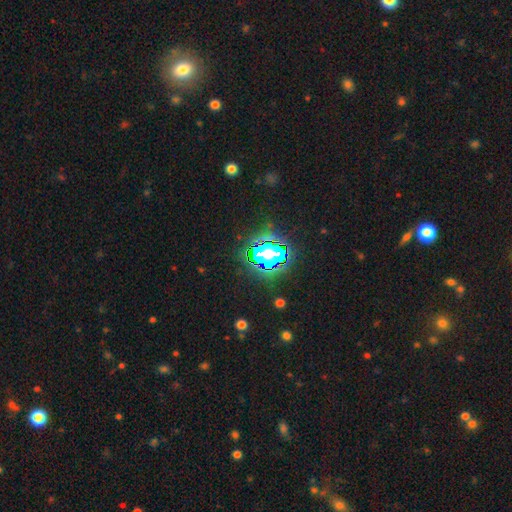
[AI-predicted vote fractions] This is likely a star or artifact rather than a galaxy (80%).